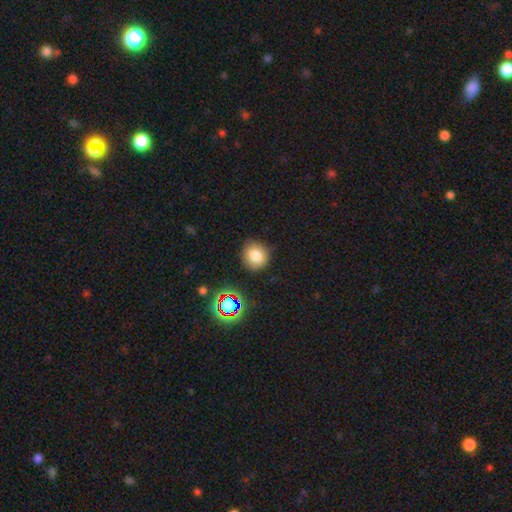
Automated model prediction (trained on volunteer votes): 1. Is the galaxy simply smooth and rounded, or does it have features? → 78% smooth, 14% star or artifact, 9% featured or disk.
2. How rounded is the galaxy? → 87% round, 12% in between, 1% cigar-shaped.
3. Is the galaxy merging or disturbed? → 84% none, 12% minor disturbance, 3% major disturbance, 2% merger.